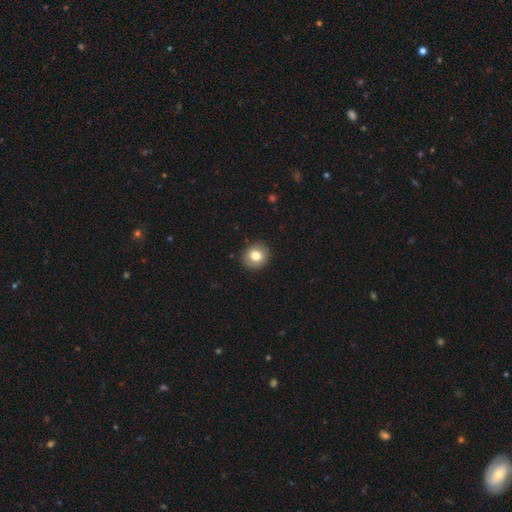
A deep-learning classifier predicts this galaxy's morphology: Smooth or featured? Predicted: smooth (p=0.80). How rounded? Predicted: round (p=0.82). Merging? Predicted: none (p=0.90).